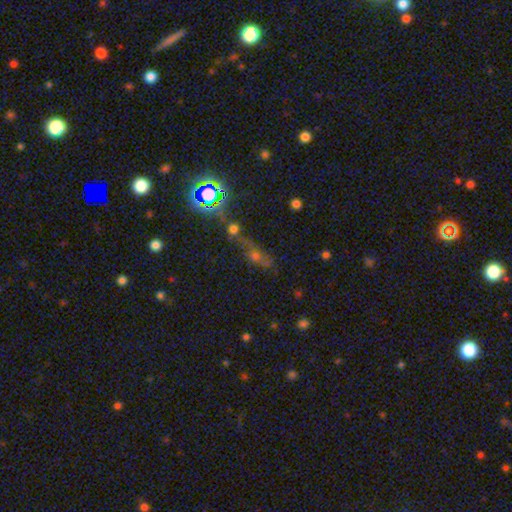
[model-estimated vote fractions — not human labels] smooth-or-featured: star or artifact: 48% | smooth: 33% | featured or disk: 19%